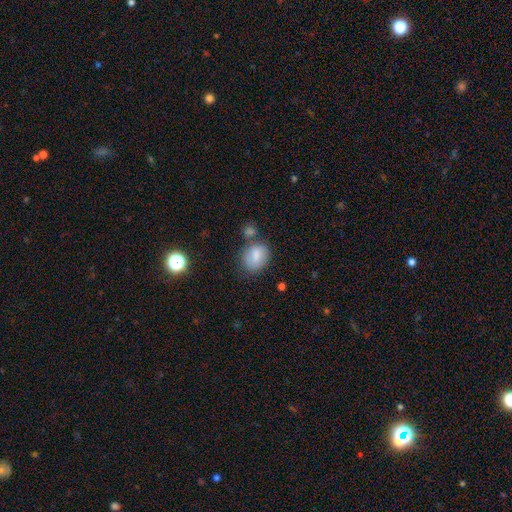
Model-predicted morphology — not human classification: A smooth galaxy with no disk features (81%) that is in between round and cigar-shaped (52%). Merging: none (59%).